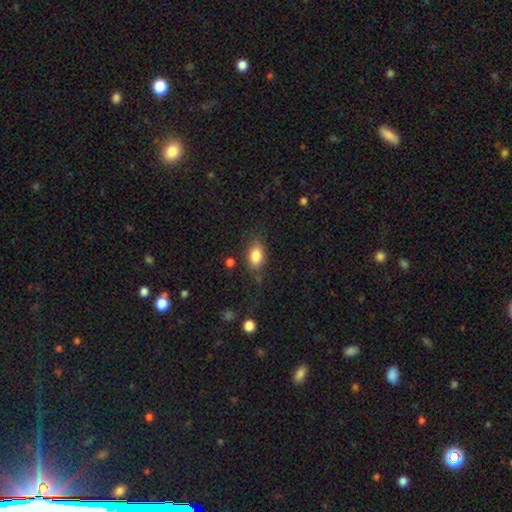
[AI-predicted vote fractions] This is clearly a smooth galaxy (83%). How rounded: clearly in between (83%). Merging: likely none (74%).